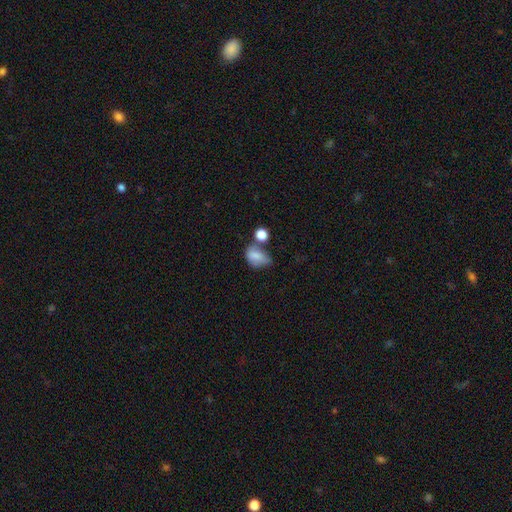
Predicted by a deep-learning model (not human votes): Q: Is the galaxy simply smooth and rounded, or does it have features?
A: smooth — 76%.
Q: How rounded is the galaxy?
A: in between — 74%.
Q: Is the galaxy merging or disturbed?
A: none — 32%.